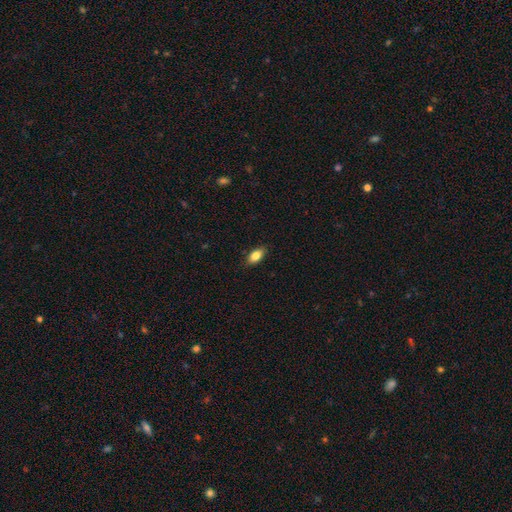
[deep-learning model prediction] The model was most divided on "smooth or featured": smooth: 84%, featured or disk: 9%, star or artifact: 8%. More confident: how rounded — in between (90%); merging — none (87%).